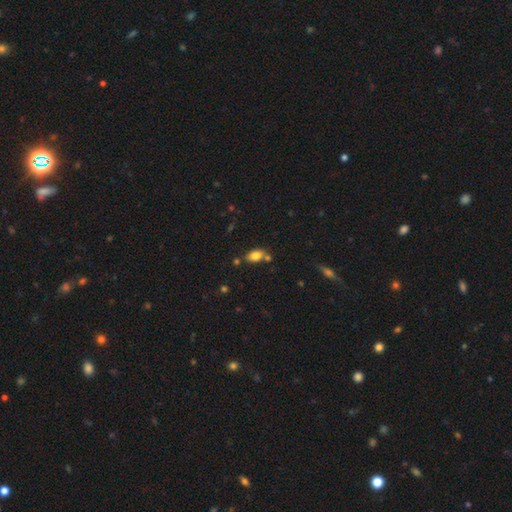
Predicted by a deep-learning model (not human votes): Overall: smooth (81%). How rounded: in between (86%). Merging: none (67%).